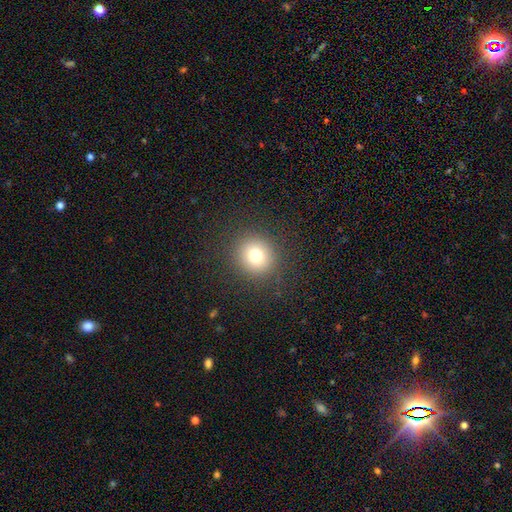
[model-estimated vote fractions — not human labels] Morphology: type=smooth (77%); roundness=round (88%); merging=none (89%).